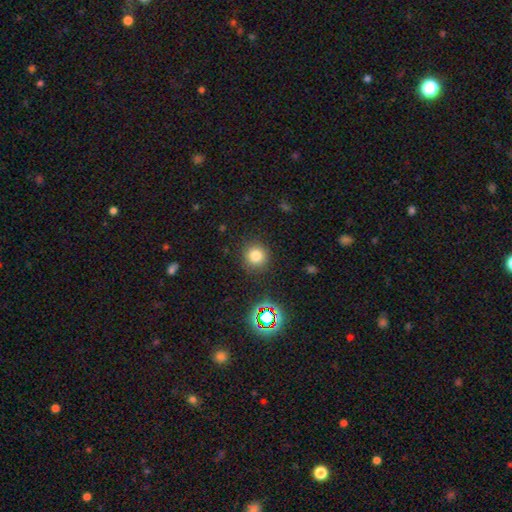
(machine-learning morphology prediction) smooth_or_featured: smooth (p=0.77) [alt: star or artifact p=0.17]
how_rounded: round (p=0.93) [alt: in between p=0.06]
merging: none (p=0.88) [alt: minor disturbance p=0.08]